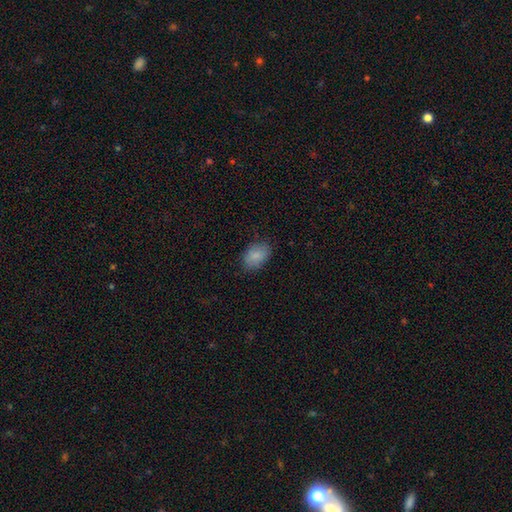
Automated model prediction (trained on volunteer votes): Smooth or featured? Predicted: smooth (p=0.86). How rounded? Predicted: in between (p=0.85). Merging? Predicted: none (p=0.80).